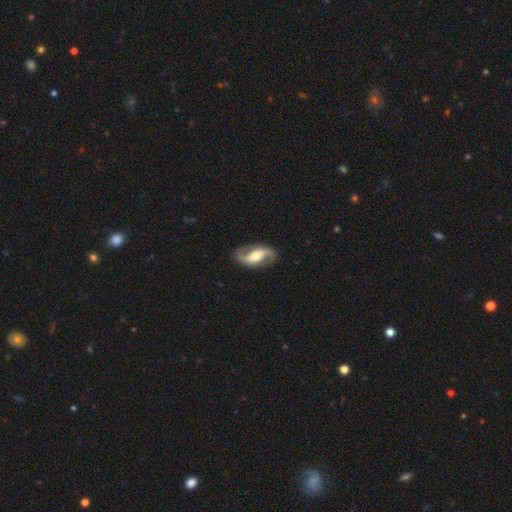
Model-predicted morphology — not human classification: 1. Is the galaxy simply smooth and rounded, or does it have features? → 83% featured or disk, 13% smooth, 5% star or artifact.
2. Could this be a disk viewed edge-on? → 95% no, 5% yes.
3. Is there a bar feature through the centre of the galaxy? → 38% strong, 36% weak, 26% no.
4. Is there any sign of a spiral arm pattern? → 92% yes, 8% no.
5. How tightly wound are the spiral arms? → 55% loose, 33% medium, 12% tight.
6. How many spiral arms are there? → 93% 2, 3% can't tell, 2% 1, 1% 3, 1% 4, 1% more than 4.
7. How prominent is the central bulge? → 66% moderate, 21% small, 11% large, 2% none, 1% dominant.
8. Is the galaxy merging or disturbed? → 84% none, 11% minor disturbance, 4% major disturbance, 1% merger.